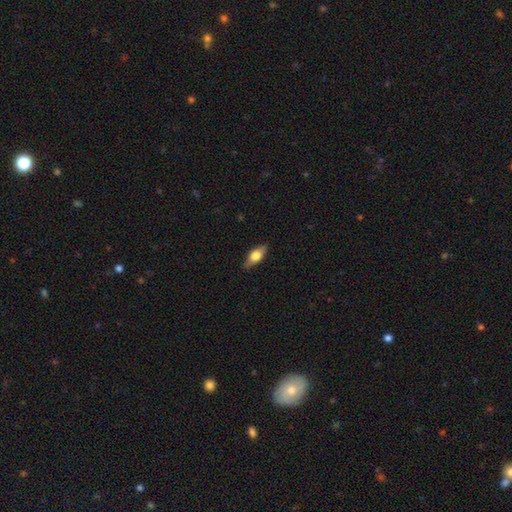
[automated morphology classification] Smooth or featured: smooth — 57% (featured or disk — 36%)
How rounded: in between — 75% (cigar-shaped — 19%)
Merging: none — 83% (minor disturbance — 13%)